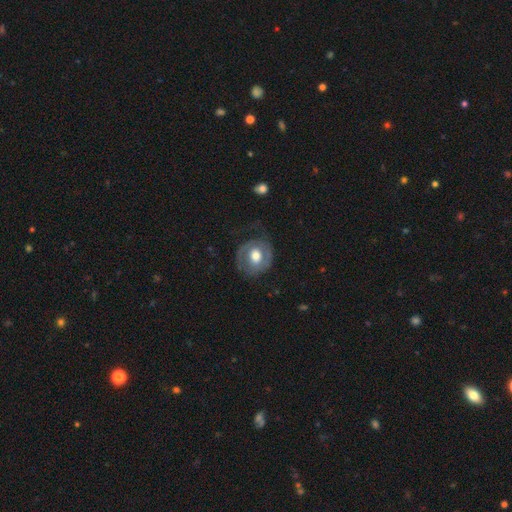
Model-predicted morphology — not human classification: A featured or disk galaxy (52%) with no bar (62%), spiral arms (55%) and a moderate central bulge (67%).

Vote fractions:
- Smooth or featured? featured or disk: 52% / smooth: 42% / star or artifact: 6%
- Edge-on disk? no: 96% / yes: 4%
- Bar? no: 62% / weak: 29% / strong: 9%
- Spiral arms? yes: 55% / no: 45%
- Bulge size? moderate: 67% / large: 25% / small: 6% / dominant: 2% / none: 1%
- Merging? none: 63% / minor disturbance: 19% / major disturbance: 16% / merger: 2%